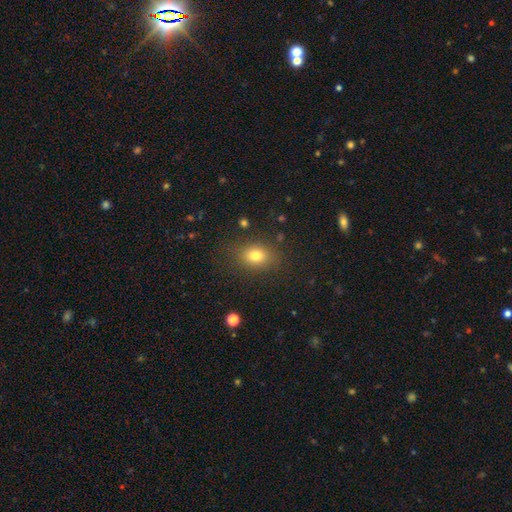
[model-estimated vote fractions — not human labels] This appears to be a smooth galaxy with no disk features (78%) that is in between round and cigar-shaped (62%). Merging: none (82%).